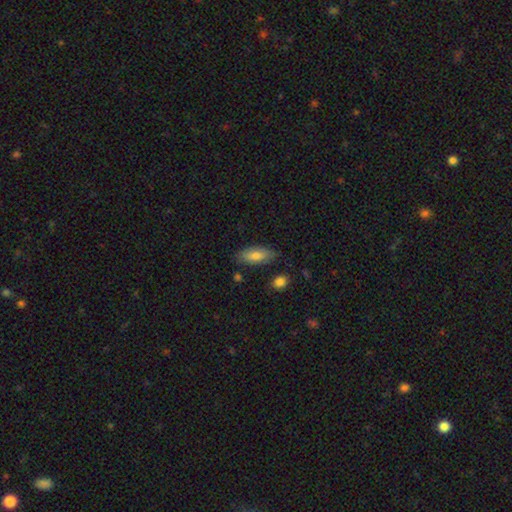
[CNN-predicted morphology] A smooth galaxy with no disk features (78%) that is in between round and cigar-shaped (83%). Merging: none (79%).